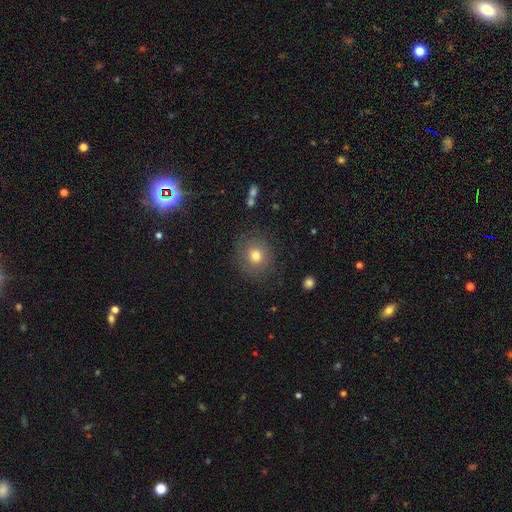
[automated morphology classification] This is likely a smooth galaxy (74%). How rounded: clearly round (84%). Merging: clearly none (83%).